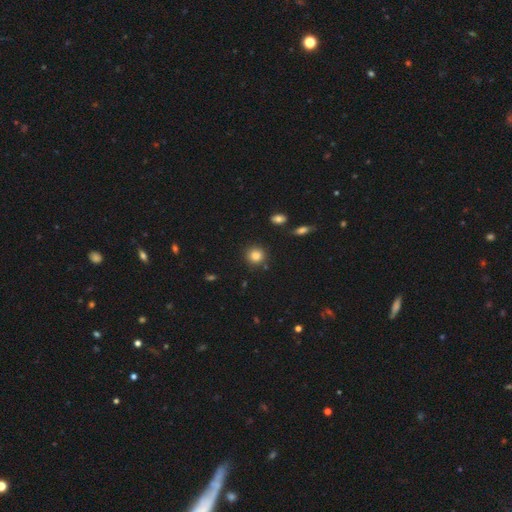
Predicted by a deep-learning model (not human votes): Smooth or featured: smooth — 84% (star or artifact — 10%)
How rounded: round — 90% (in between — 9%)
Merging: none — 88% (minor disturbance — 7%)